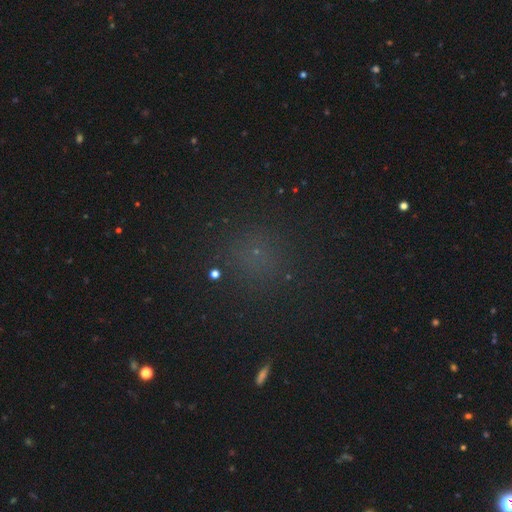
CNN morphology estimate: This is possibly a smooth galaxy (52%). How rounded: clearly round (89%). Merging: clearly none (85%).